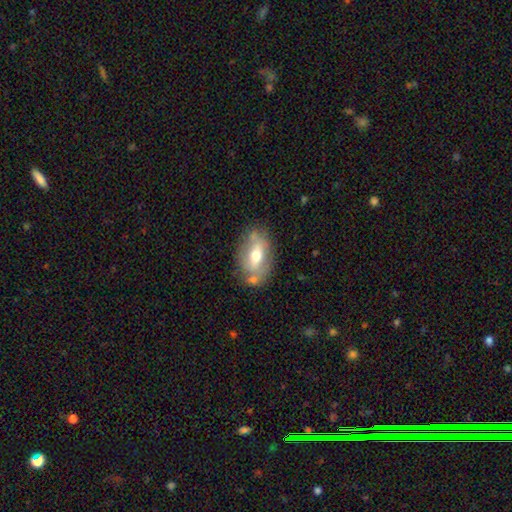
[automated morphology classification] smooth-or-featured: smooth: 48% | featured or disk: 44% | star or artifact: 7%
  merging: none: 63% | minor disturbance: 19% | merger: 12% | major disturbance: 6%